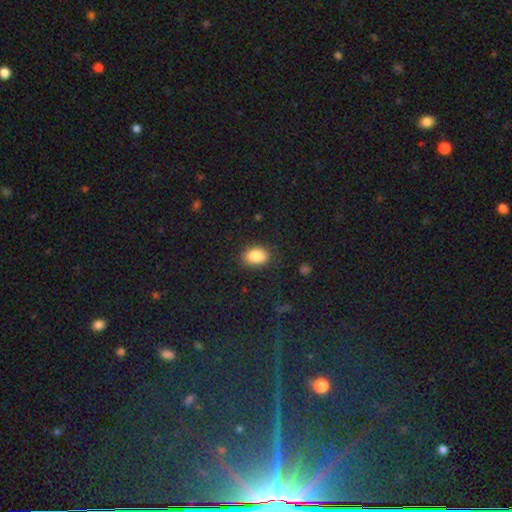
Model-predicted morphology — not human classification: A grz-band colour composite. It shows a smooth galaxy with no disk features (86%) that is in between round and cigar-shaped (84%). Merging: none (81%).